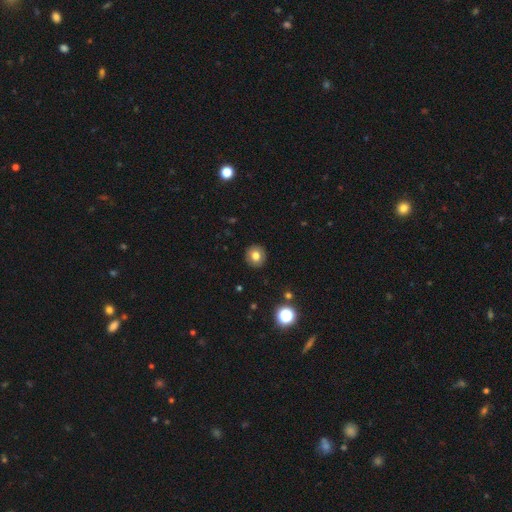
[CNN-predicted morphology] A smooth galaxy with no disk features (78%) that is round (91%). Merging: none (91%).